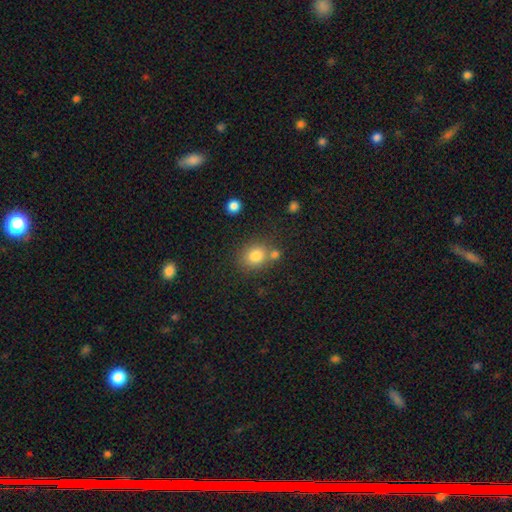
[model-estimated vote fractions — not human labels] smooth_or_featured: smooth (p=0.81) [alt: star or artifact p=0.11]
how_rounded: round (p=0.66) [alt: in between p=0.33]
merging: none (p=0.62) [alt: merger p=0.21]